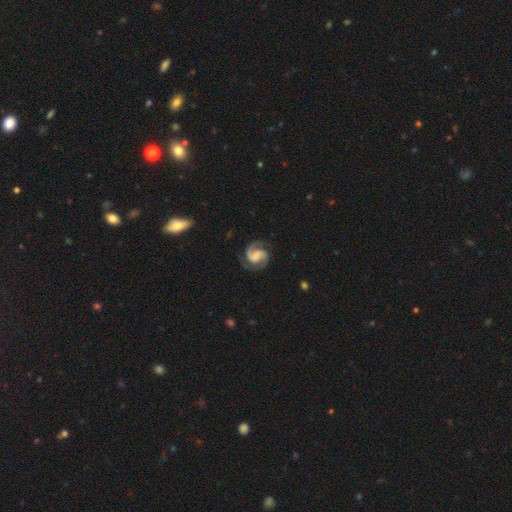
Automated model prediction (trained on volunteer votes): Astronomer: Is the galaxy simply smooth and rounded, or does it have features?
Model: featured or disk — 88%.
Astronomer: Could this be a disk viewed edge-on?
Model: no — 98%.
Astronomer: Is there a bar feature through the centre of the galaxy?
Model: weak — 45% (runner-up: no, 37%).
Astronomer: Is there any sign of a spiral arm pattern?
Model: yes — 98%.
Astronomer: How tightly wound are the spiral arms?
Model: medium — 52% (runner-up: tight, 33%).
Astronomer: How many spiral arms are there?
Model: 2 — 83%.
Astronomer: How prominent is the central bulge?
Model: none — 46% (runner-up: small, 21%).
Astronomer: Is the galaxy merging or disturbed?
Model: none — 77%.